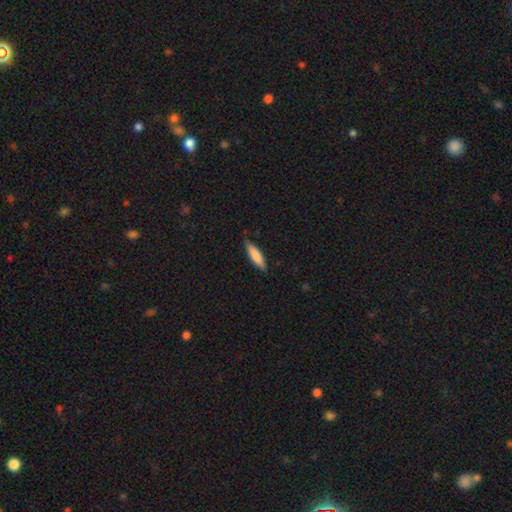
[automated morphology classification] This is clearly a smooth galaxy (81%). How rounded: likely cigar-shaped (64%). Merging: likely none (79%).